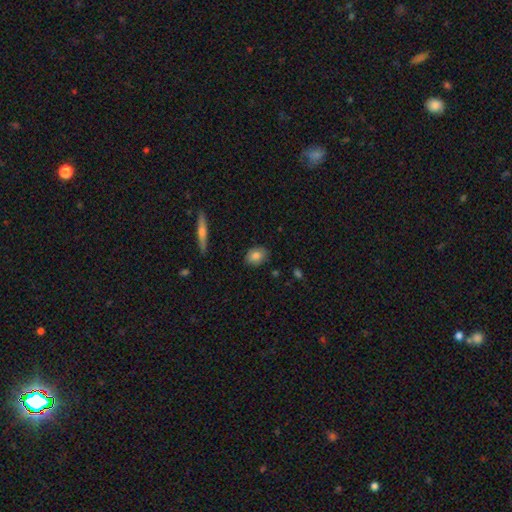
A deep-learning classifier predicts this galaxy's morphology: smooth 81%, featured or disk 11%, star or artifact 7%. Down the decision tree: how rounded — in between (63%); merging — none (86%).